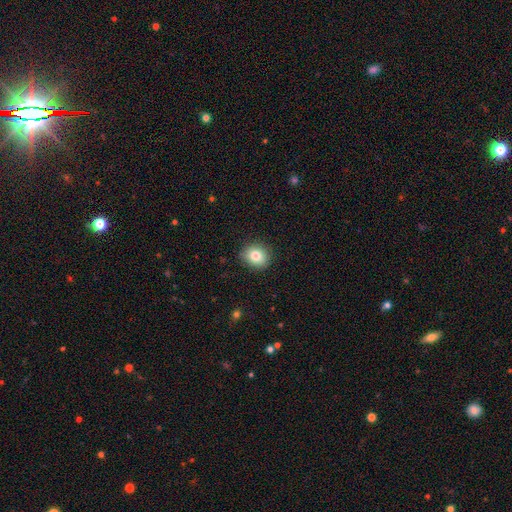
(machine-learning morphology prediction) smooth 82%, star or artifact 10%, featured or disk 9%. Down the decision tree: how rounded — round (71%); merging — none (88%).